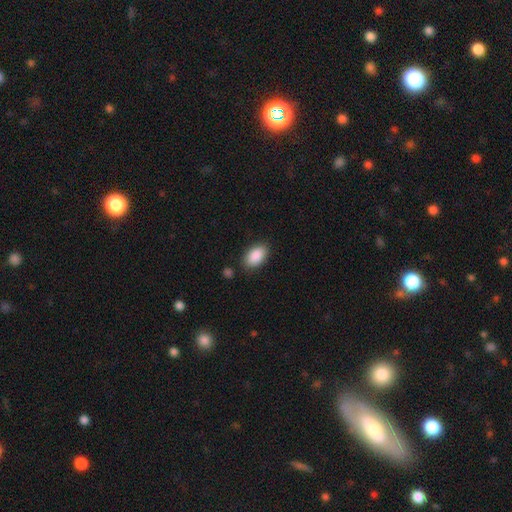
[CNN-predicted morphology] Smooth or featured?
  - smooth: 90% *
  - star or artifact: 6%
  - featured or disk: 4%
How rounded?
  - in between: 93% *
  - round: 5%
  - cigar-shaped: 2%
Merging?
  - none: 83% *
  - minor disturbance: 11%
  - major disturbance: 3%
  - merger: 2%